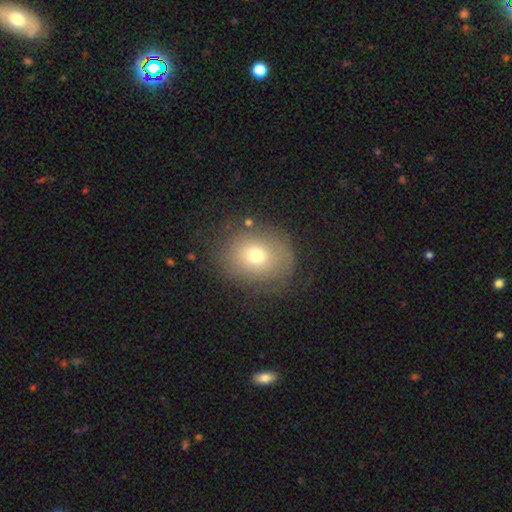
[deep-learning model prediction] Smooth or featured? smooth (65%)
How rounded? round (70%)
Merging? none (72%)